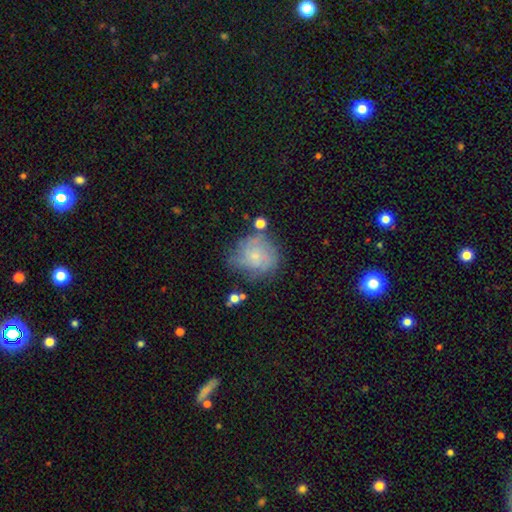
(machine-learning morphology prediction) Q: Smooth or featured?
A: featured or disk (51%); runner-up: smooth (39%)
Q: Edge-on disk?
A: no (98%); runner-up: yes (2%)
Q: Merging?
A: none (57%); runner-up: minor disturbance (24%)